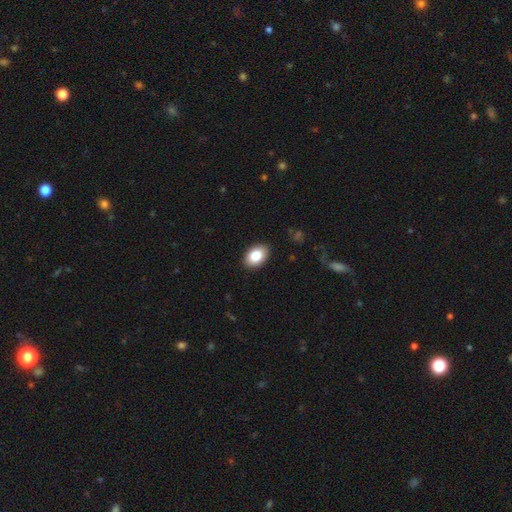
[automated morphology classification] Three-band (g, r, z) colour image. It shows a smooth galaxy with no disk features (86%) that is in between round and cigar-shaped (86%). Merging: none (88%).